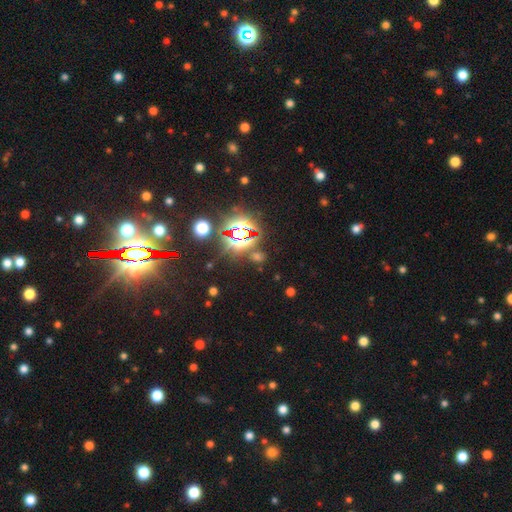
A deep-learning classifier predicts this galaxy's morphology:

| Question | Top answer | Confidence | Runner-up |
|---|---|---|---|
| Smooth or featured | star or artifact | 75% | smooth (16%) |